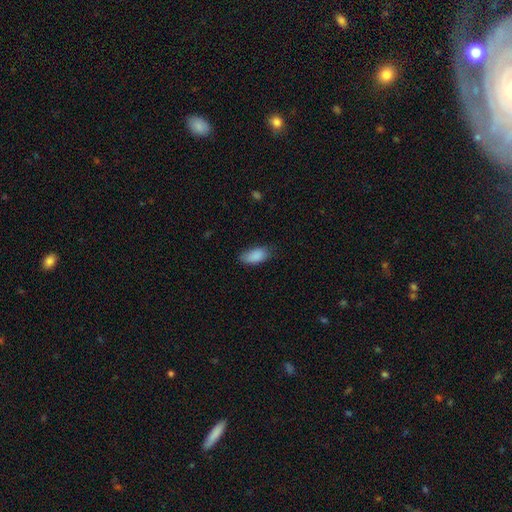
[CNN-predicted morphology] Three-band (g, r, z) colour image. It shows a smooth galaxy with no disk features (88%) that is in between round and cigar-shaped (92%). Merging: none (73%).